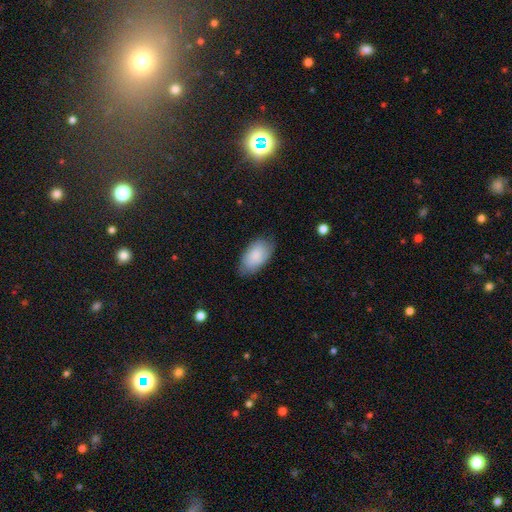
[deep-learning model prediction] Overall: smooth (79%). How rounded: in between (95%). Merging: none (75%).